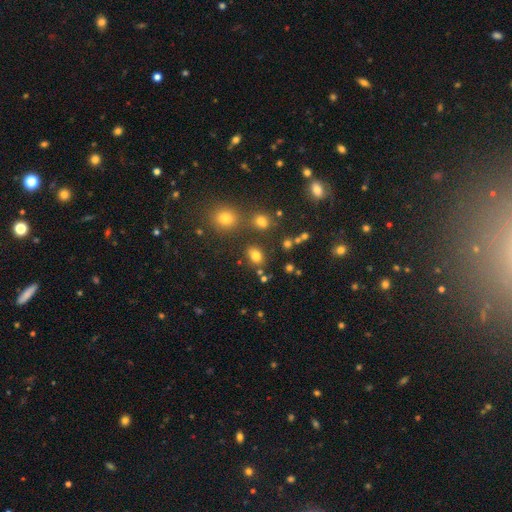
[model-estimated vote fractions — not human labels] Smooth or featured: smooth — 77% (star or artifact — 15%)
How rounded: in between — 64% (round — 35%)
Merging: none — 75% (minor disturbance — 11%)